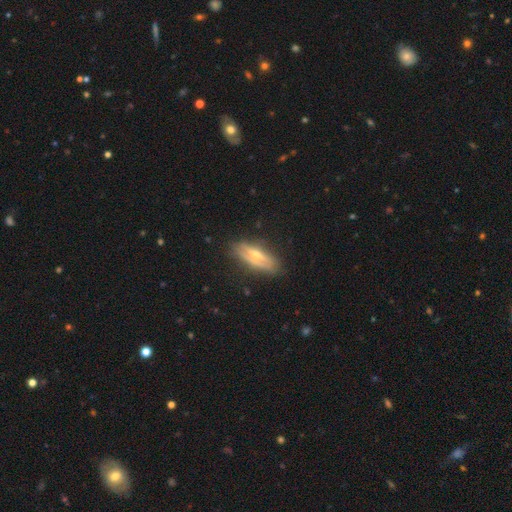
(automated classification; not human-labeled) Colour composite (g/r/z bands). It shows a featured or disk galaxy (56%) viewed edge-on (70%). Merging: none (81%).